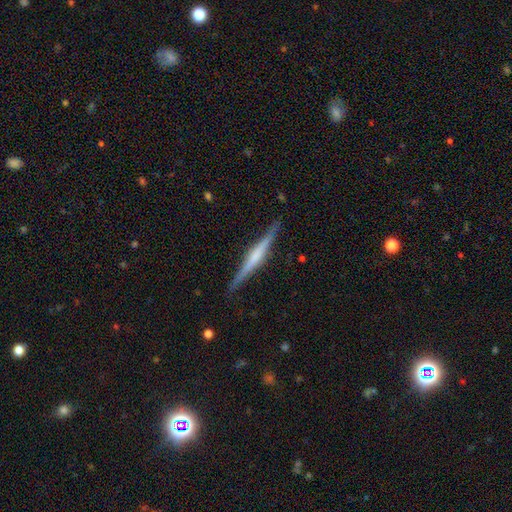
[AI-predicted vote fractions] The model was most divided on "edge-on bulge": rounded: 48%, boxy: 27%, none: 24%. More confident: edge-on disk — yes (98%); merging — none (90%); smooth or featured — featured or disk (74%).